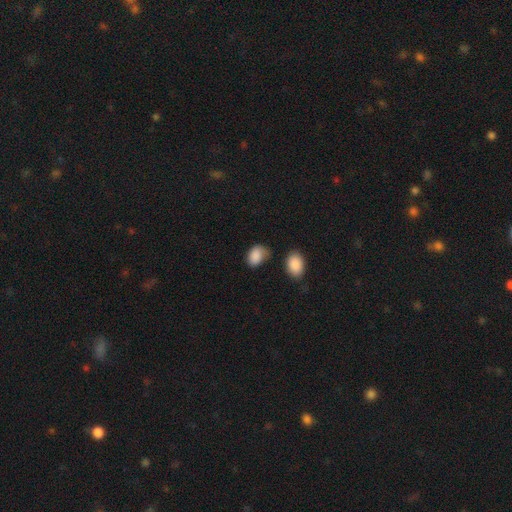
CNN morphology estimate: A smooth galaxy with no disk features (87%) that is in between round and cigar-shaped (81%). Merging: none (56%).